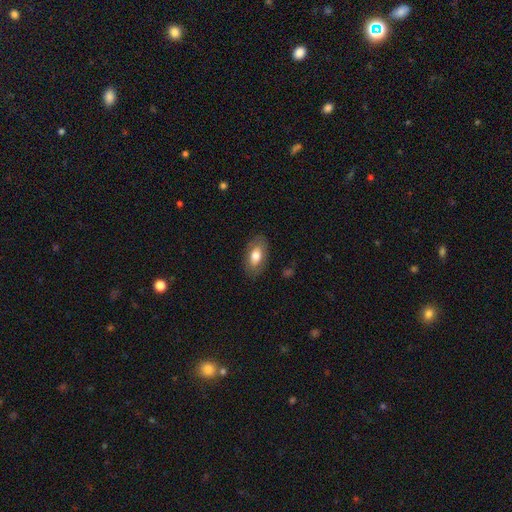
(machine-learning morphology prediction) smooth_or_featured: smooth (p=0.72) [alt: featured or disk p=0.22]
how_rounded: in between (p=0.92) [alt: round p=0.05]
merging: none (p=0.83) [alt: minor disturbance p=0.12]